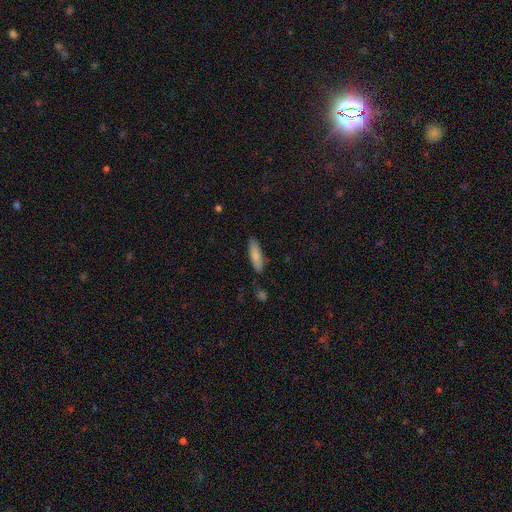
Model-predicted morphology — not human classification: This appears to be a smooth galaxy with no disk features (82%) that is cigar-shaped (59%). Merging: none (84%).